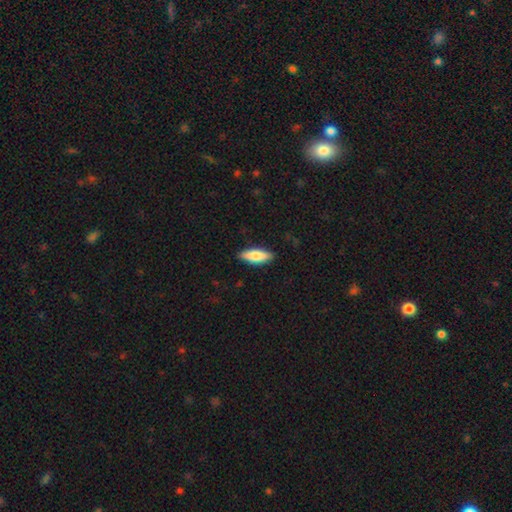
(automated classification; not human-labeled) A smooth galaxy with no disk features (71%) that is in between round and cigar-shaped (61%).

Vote fractions:
- Smooth or featured? smooth: 71% / featured or disk: 23% / star or artifact: 6%
- How rounded? in between: 61% / cigar-shaped: 37% / round: 2%
- Merging? none: 88% / minor disturbance: 9% / major disturbance: 2% / merger: 1%